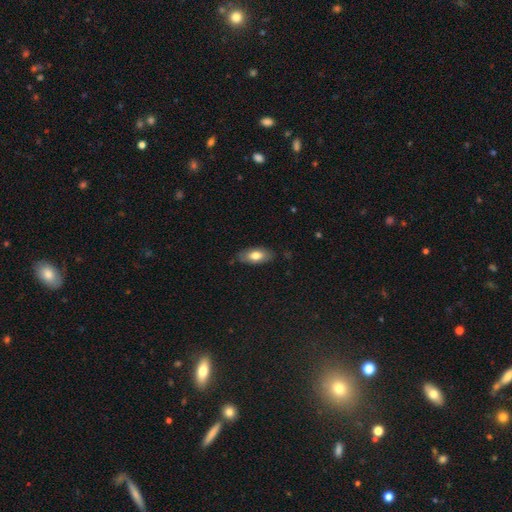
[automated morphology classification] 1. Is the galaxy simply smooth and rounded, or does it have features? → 73% smooth, 20% featured or disk, 6% star or artifact.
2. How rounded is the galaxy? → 90% in between, 7% cigar-shaped, 3% round.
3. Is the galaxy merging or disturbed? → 81% none, 15% minor disturbance, 3% major disturbance, 1% merger.